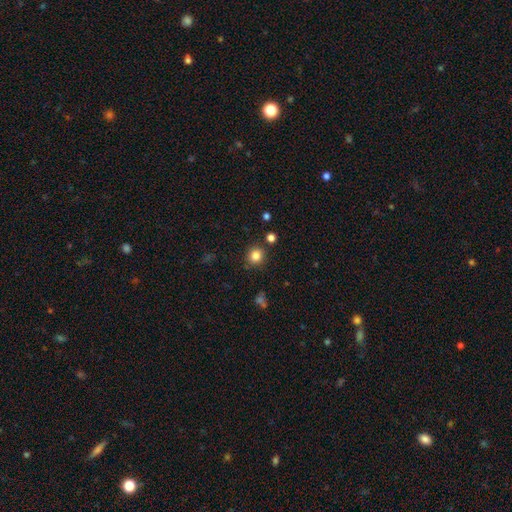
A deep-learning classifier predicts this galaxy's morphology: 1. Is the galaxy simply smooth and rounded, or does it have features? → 83% smooth, 12% star or artifact, 5% featured or disk.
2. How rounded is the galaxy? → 86% round, 13% in between, 1% cigar-shaped.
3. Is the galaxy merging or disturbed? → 86% none, 8% minor disturbance, 4% merger, 3% major disturbance.